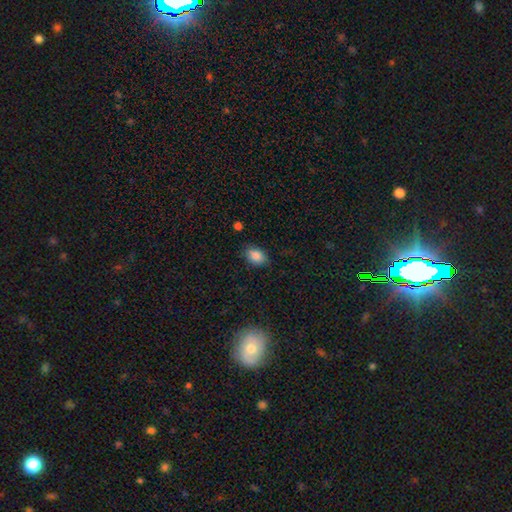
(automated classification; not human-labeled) smooth 86%, star or artifact 9%, featured or disk 5%. Down the decision tree: how rounded — in between (78%); merging — none (79%).